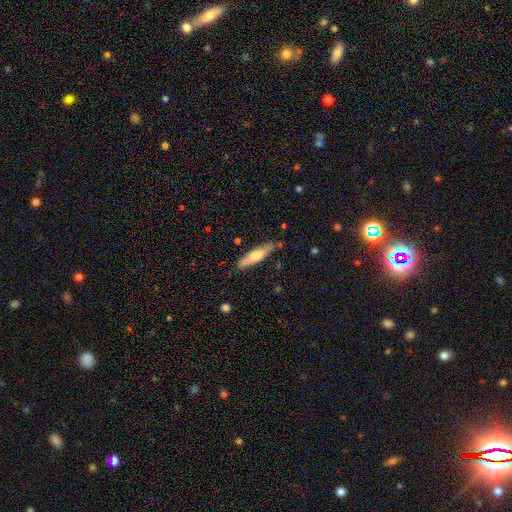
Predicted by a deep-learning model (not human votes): Smooth or featured? Predicted: smooth (p=0.60). How rounded? Predicted: cigar-shaped (p=0.77). Merging? Predicted: none (p=0.83).